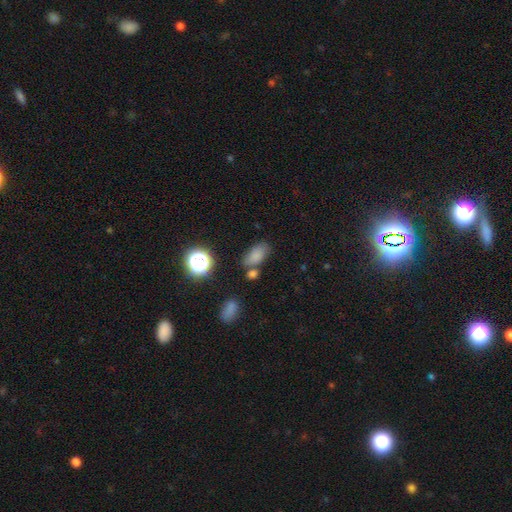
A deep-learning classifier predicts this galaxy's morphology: Q: Smooth or featured?
A: smooth (77%); runner-up: star or artifact (14%)
Q: How rounded?
A: in between (87%); runner-up: round (9%)
Q: Merging?
A: none (60%); runner-up: minor disturbance (18%)